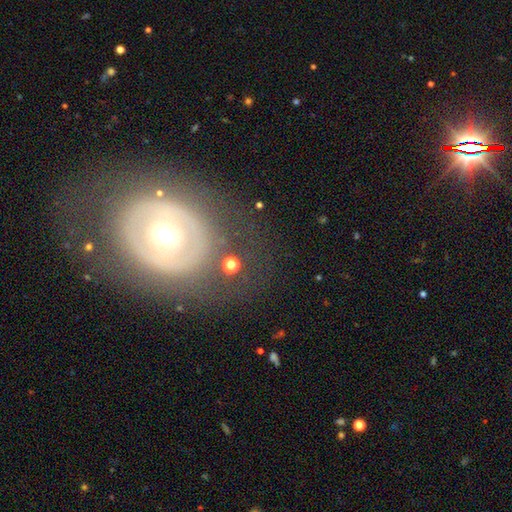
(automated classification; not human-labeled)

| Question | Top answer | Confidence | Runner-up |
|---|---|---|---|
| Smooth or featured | featured or disk | 61% | smooth (30%) |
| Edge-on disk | no | 94% | yes (6%) |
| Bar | no | 71% | weak (18%) |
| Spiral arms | no | 74% | yes (26%) |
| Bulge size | moderate | 59% | small (32%) |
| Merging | none | 73% | minor disturbance (13%) |